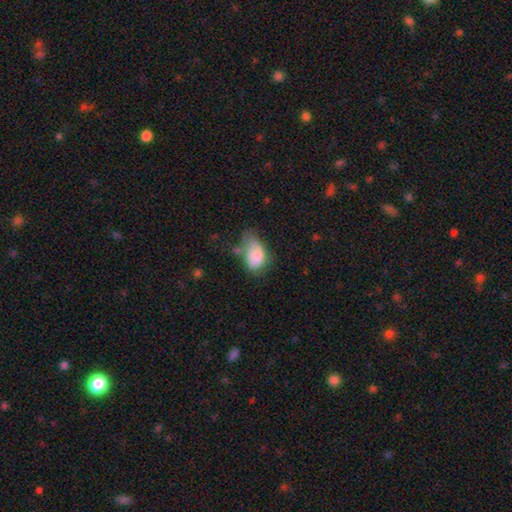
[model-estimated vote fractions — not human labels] smooth 80%, featured or disk 13%, star or artifact 7%. Down the decision tree: how rounded — in between (90%); merging — minor disturbance (37%).